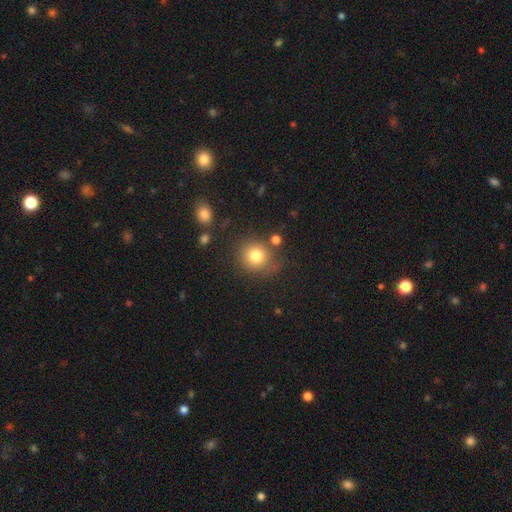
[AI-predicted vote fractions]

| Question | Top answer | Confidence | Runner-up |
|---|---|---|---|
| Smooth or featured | smooth | 79% | star or artifact (11%) |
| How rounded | round | 86% | in between (13%) |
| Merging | none | 74% | minor disturbance (14%) |